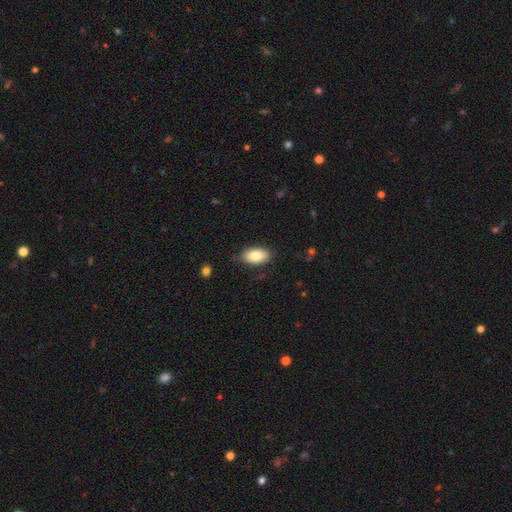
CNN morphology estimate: Smooth or featured? smooth (81%)
How rounded? in between (93%)
Merging? none (78%)